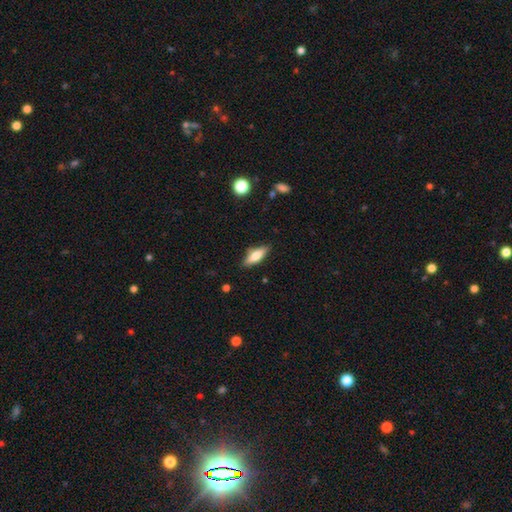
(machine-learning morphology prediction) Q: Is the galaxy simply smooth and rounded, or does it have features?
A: smooth — 63%.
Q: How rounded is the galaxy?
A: in between — 58%.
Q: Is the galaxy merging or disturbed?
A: none — 84%.